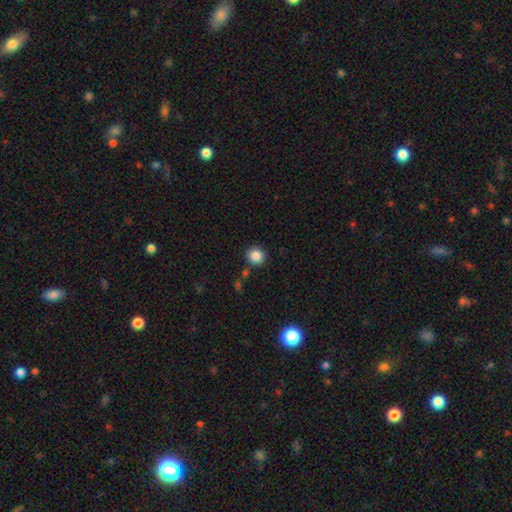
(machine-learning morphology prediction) Q: Smooth or featured?
A: smooth (86%); runner-up: star or artifact (10%)
Q: How rounded?
A: round (85%); runner-up: in between (14%)
Q: Merging?
A: none (86%); runner-up: minor disturbance (8%)